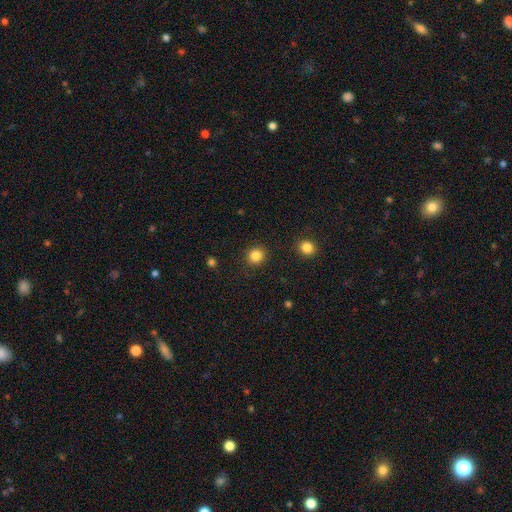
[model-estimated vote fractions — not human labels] Smooth or featured: smooth — 85% (star or artifact — 11%)
How rounded: round — 88% (in between — 11%)
Merging: none — 90% (minor disturbance — 6%)